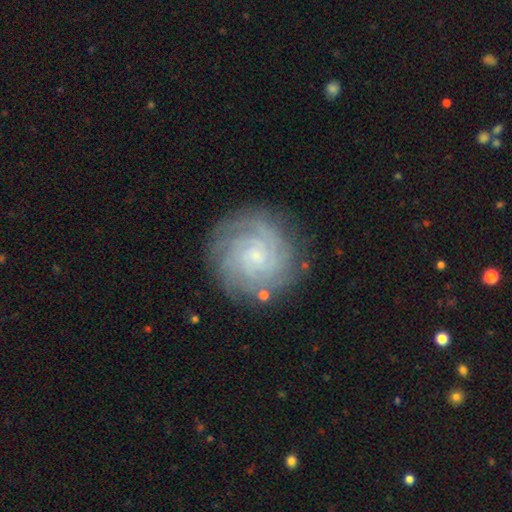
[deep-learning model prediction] Smooth or featured: featured or disk — 83% (smooth — 10%)
Edge-on disk: no — 98% (yes — 2%)
Bar: no — 71% (weak — 24%)
Spiral arms: yes — 97% (no — 3%)
Spiral winding: tight — 82% (medium — 16%)
Spiral arm count: 4 — 27% (can't tell — 26%)
Bulge size: small — 78% (moderate — 14%)
Merging: none — 83% (minor disturbance — 12%)